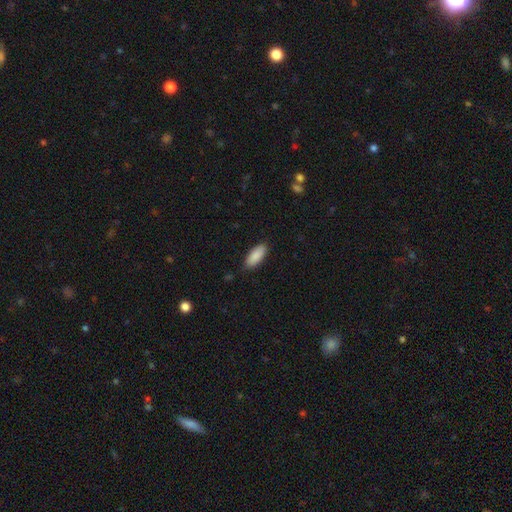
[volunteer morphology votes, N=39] smooth-or-featured: smooth: 87% | star or artifact: 8% | featured or disk: 5%
  how-rounded: in between: 79% | cigar-shaped: 21% | round: 0%
  merging: none: 81% | minor disturbance: 17% | merger: 3% | major disturbance: 0%